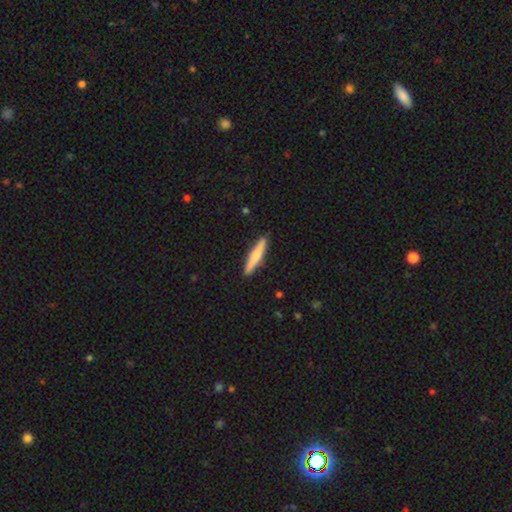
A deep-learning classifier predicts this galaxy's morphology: This appears to be a smooth galaxy with no disk features (58%) that is cigar-shaped (93%). Merging: none (91%).